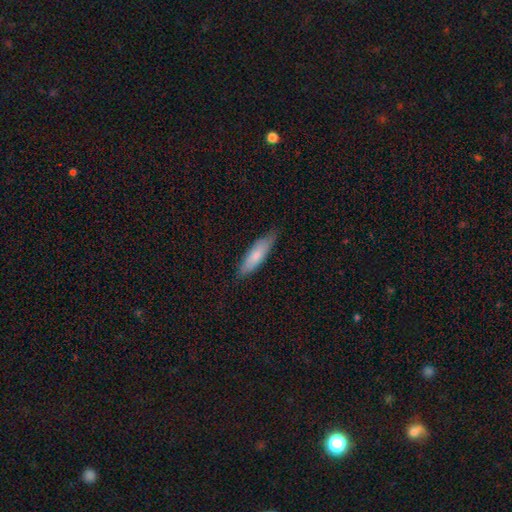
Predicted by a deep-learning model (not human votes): Smooth or featured? Predicted: smooth (p=0.76). How rounded? Predicted: cigar-shaped (p=0.58). Merging? Predicted: none (p=0.77).